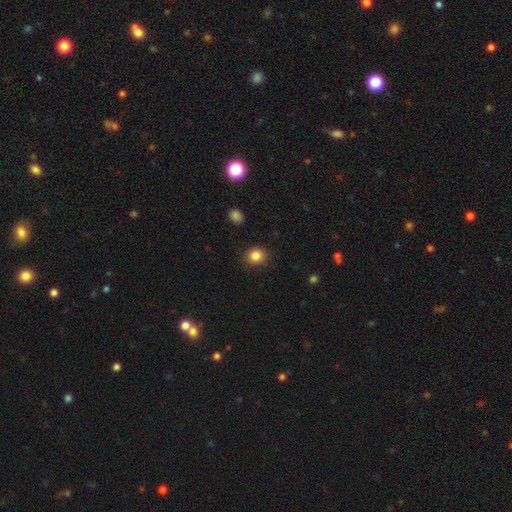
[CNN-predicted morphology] Smooth or featured: smooth — 86% (star or artifact — 10%)
How rounded: round — 79% (in between — 20%)
Merging: none — 89% (minor disturbance — 7%)